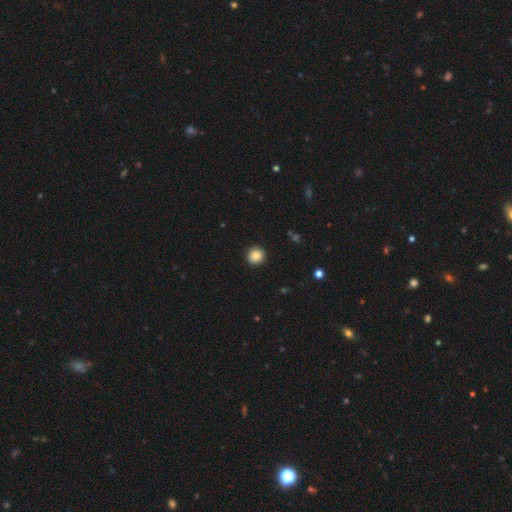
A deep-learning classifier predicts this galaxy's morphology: A smooth galaxy with no disk features (85%) that is round (95%). Merging: none (93%).